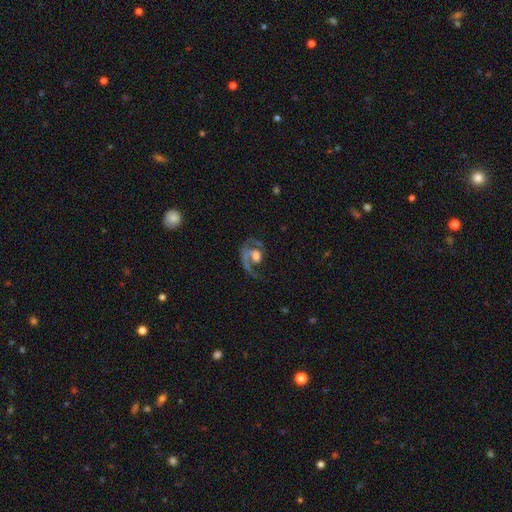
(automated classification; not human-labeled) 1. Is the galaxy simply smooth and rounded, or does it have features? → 72% featured or disk, 20% smooth, 8% star or artifact.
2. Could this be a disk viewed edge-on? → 98% no, 2% yes.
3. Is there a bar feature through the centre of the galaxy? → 70% no, 24% weak, 6% strong.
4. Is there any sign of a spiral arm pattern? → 82% yes, 18% no.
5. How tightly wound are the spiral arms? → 40% medium, 39% loose, 21% tight.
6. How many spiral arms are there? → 75% 1, 16% 2, 4% can't tell, 2% 3, 1% 4, 1% more than 4.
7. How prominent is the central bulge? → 42% moderate, 35% large, 11% small, 7% none, 5% dominant.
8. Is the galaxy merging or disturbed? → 43% major disturbance, 37% none, 15% minor disturbance, 6% merger.